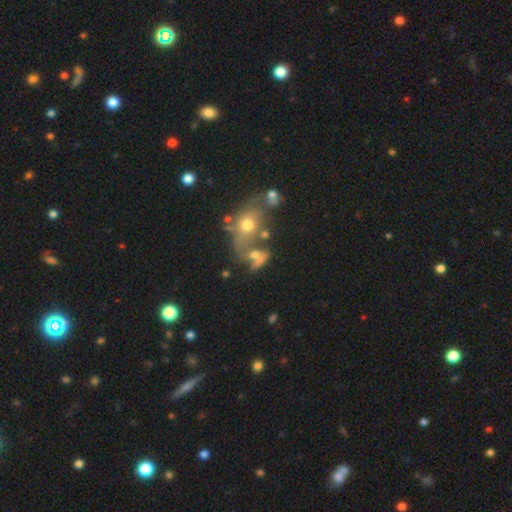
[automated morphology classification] Overall: smooth (46%; featured or disk 35%). Merging: merger (50%; none 22%).